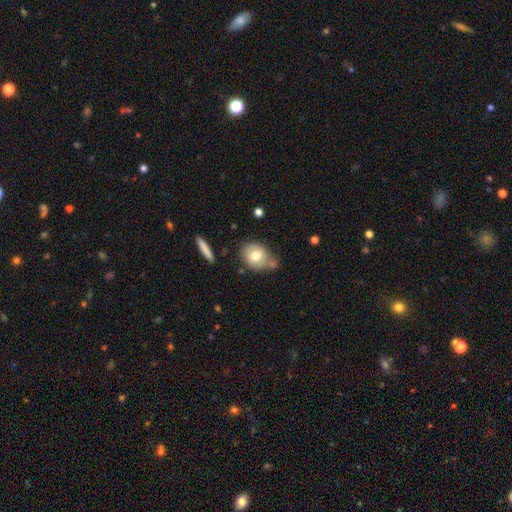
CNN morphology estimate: type=smooth (73%); roundness=round (57%); merging=none (56%).